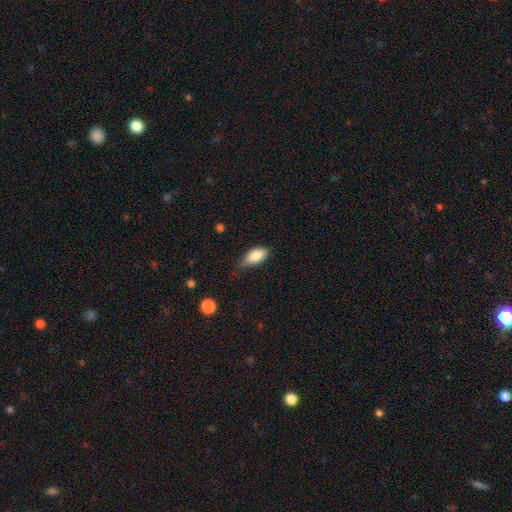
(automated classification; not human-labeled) A smooth galaxy with no disk features (85%) that is in between round and cigar-shaped (90%). Merging: none (50%).